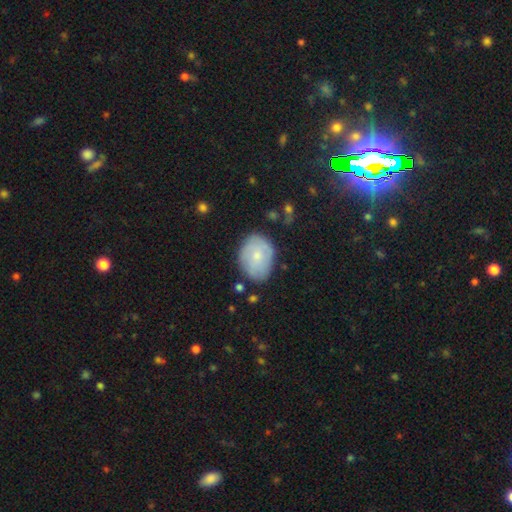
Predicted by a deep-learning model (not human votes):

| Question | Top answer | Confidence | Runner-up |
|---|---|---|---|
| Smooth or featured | smooth | 66% | featured or disk (27%) |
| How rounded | in between | 68% | round (31%) |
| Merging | none | 74% | minor disturbance (20%) |